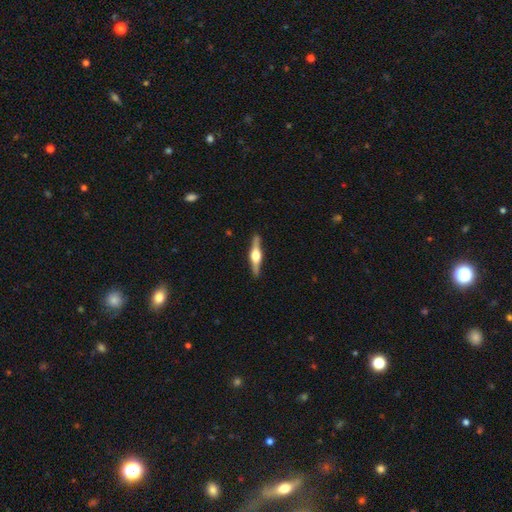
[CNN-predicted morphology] Q: Smooth or featured?
A: featured or disk (78%); runner-up: smooth (17%)
Q: Edge-on disk?
A: yes (98%); runner-up: no (2%)
Q: Edge-on bulge?
A: rounded (93%); runner-up: boxy (5%)
Q: Merging?
A: none (90%); runner-up: minor disturbance (7%)